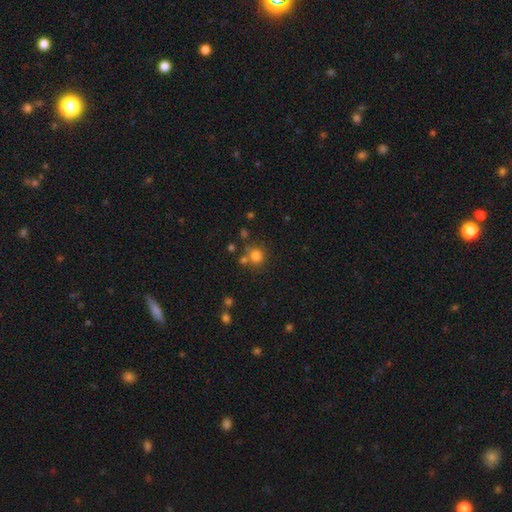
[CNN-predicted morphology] type=smooth (77%); roundness=round (87%); merging=none (67%).